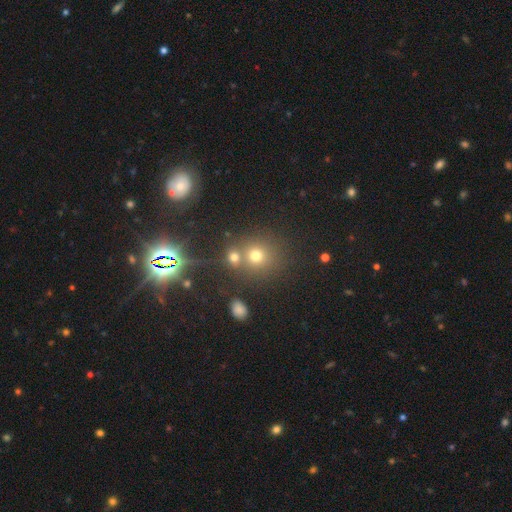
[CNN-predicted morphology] Smooth or featured? Predicted: smooth (p=0.69). How rounded? Predicted: round (p=0.85). Merging? Predicted: none (p=0.58).